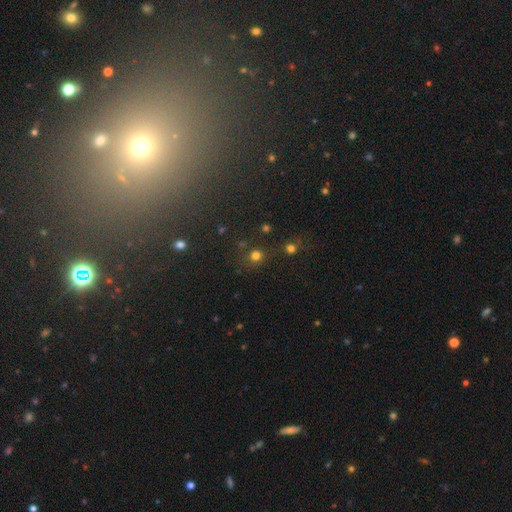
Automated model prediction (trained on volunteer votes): Smooth or featured? Predicted: smooth (p=0.72). How rounded? Predicted: round (p=0.90). Merging? Predicted: none (p=0.76).